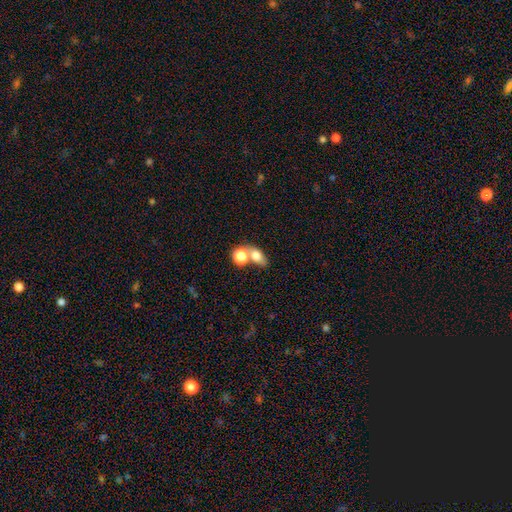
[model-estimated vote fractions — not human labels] A smooth galaxy with no disk features (74%) that is in between round and cigar-shaped (65%).

Vote fractions:
- Smooth or featured? smooth: 74% / featured or disk: 15% / star or artifact: 11%
- How rounded? in between: 65% / round: 30% / cigar-shaped: 5%
- Merging? merger: 47% / none: 39% / minor disturbance: 9% / major disturbance: 5%